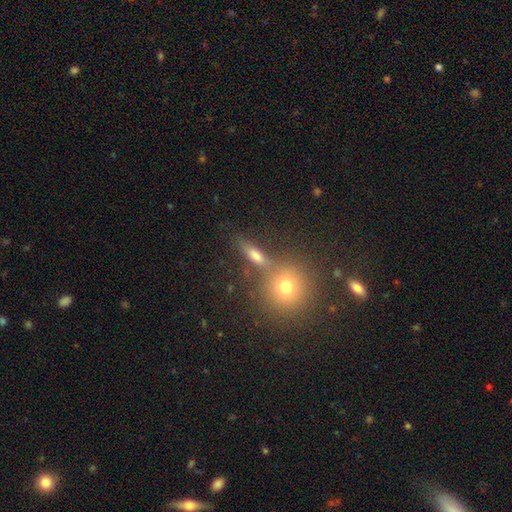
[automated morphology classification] Smooth or featured: smooth — 63% (featured or disk — 20%)
How rounded: in between — 35% (tied with cigar-shaped — 35%)
Merging: none — 66% (merger — 19%)